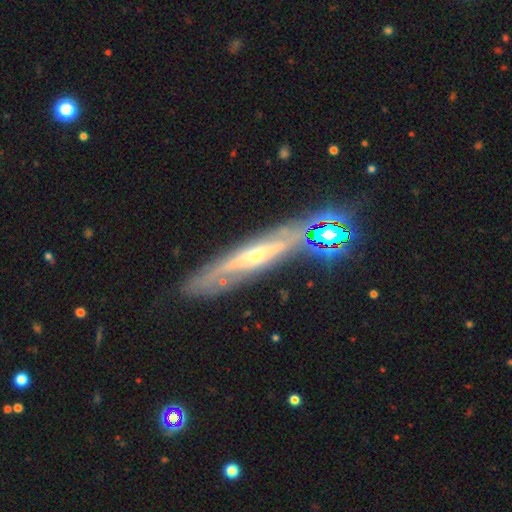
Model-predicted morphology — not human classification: featured or disk 77%, smooth 13%, star or artifact 11%. Down the decision tree: edge-on disk — yes (62%); merging — none (77%).